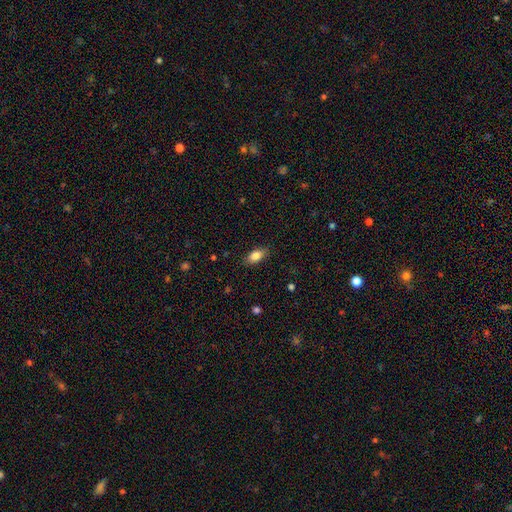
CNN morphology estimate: type=smooth (83%); roundness=in between (88%); merging=none (85%).